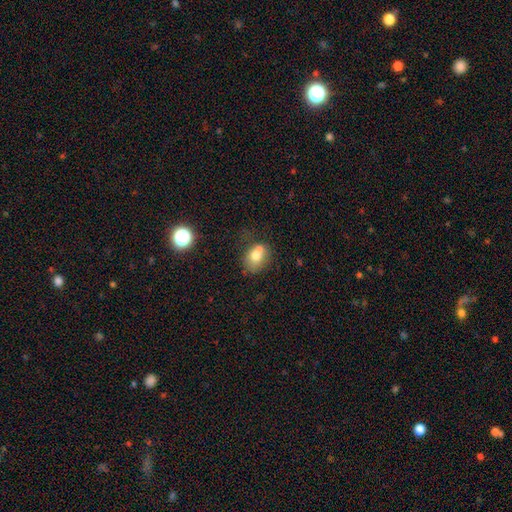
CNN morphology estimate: Smooth or featured? smooth (72%)
How rounded? in between (61%)
Merging? none (44%)